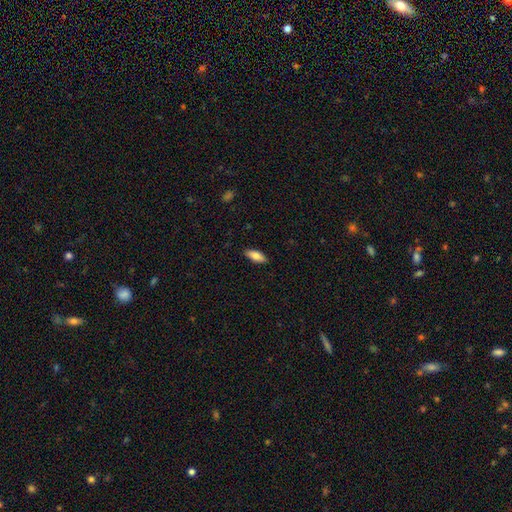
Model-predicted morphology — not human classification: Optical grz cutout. It shows a smooth galaxy with no disk features (81%) that is in between round and cigar-shaped (80%). Merging: none (88%).